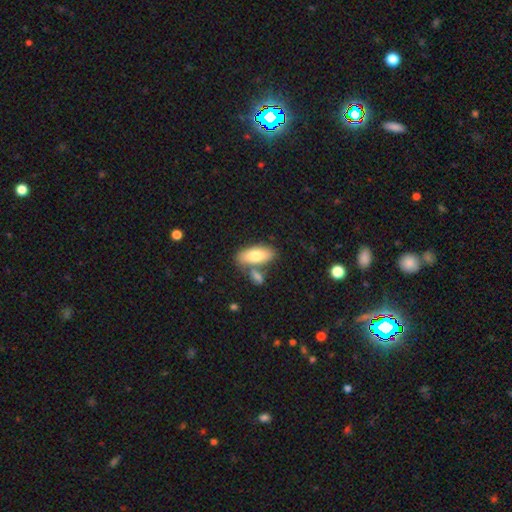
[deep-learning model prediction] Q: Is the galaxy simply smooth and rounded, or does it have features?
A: smooth — 77%.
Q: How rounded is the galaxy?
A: in between — 84%.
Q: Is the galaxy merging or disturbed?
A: none — 60%.